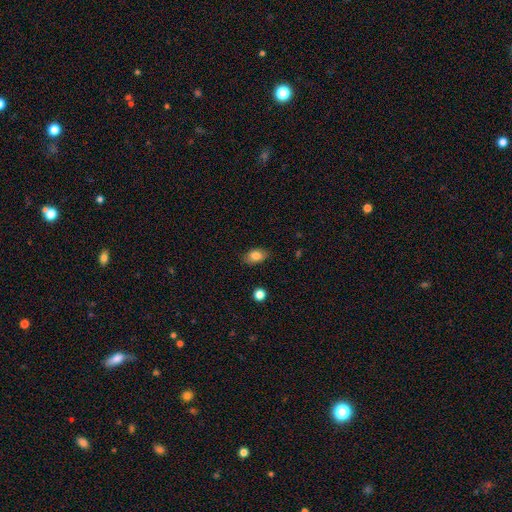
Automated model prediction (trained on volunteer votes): The model was most divided on "merging": none: 84%, minor disturbance: 12%, major disturbance: 3%, merger: 1%. More confident: how rounded — in between (86%); smooth or featured — smooth (84%).